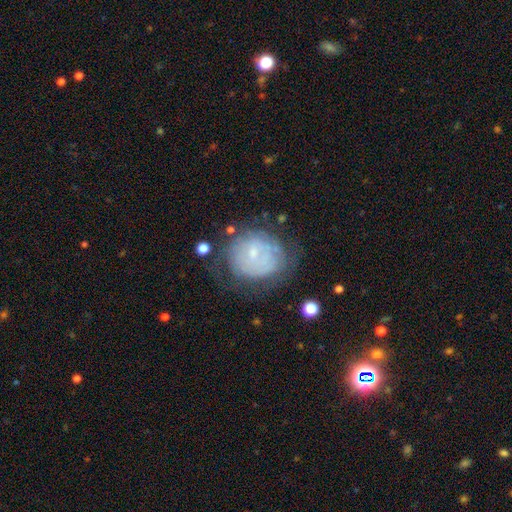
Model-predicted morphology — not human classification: featured or disk 51%, smooth 39%, star or artifact 10%. Down the decision tree: edge-on disk — no (97%); merging — none (57%).